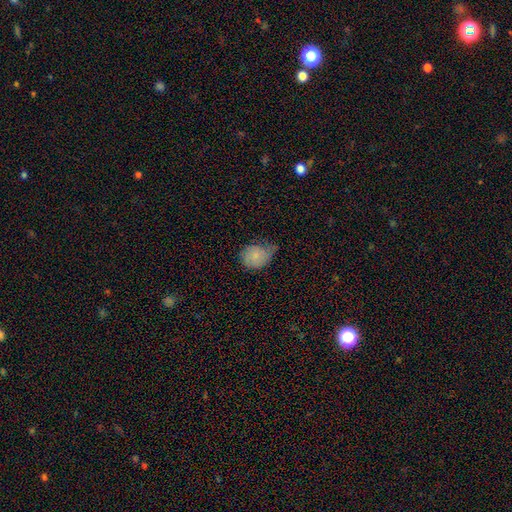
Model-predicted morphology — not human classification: Overall: smooth (77%). How rounded: round (58%; in between 41%). Merging: minor disturbance (47%; none 32%).